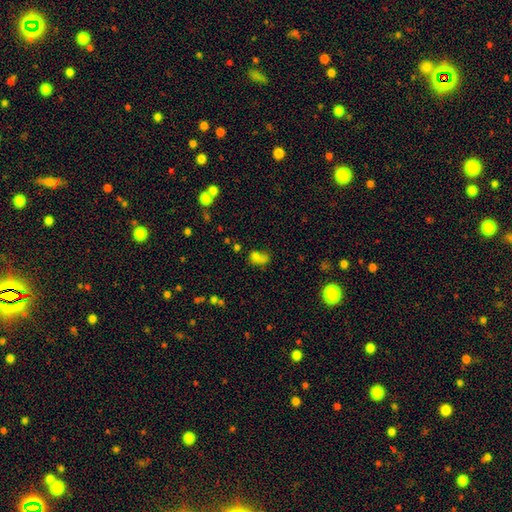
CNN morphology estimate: Q: Smooth or featured?
A: smooth (67%); runner-up: star or artifact (19%)
Q: How rounded?
A: in between (77%); runner-up: round (19%)
Q: Merging?
A: none (36%); runner-up: major disturbance (22%)